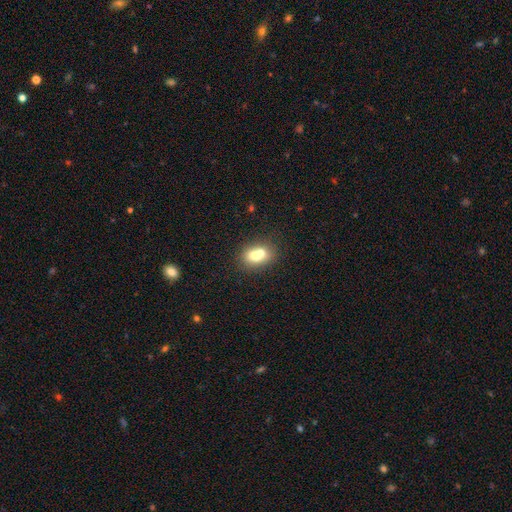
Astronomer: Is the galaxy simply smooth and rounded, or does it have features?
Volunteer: smooth — 57% (runner-up: featured or disk, 38%).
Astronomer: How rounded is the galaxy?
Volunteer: round — 62% (runner-up: in between, 38%).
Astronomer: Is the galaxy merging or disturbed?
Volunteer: merger — 74%.